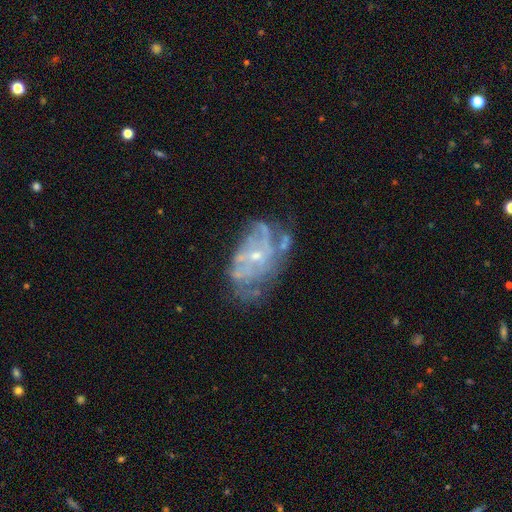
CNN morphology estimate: This appears to be a featured or disk galaxy (77%) with no bar (75%), spiral arms (57%) and a small central bulge (70%). Merging: none (42%).